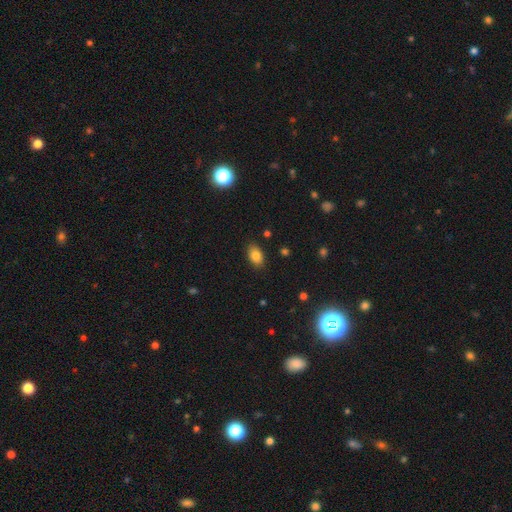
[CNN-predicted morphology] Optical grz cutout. It shows a smooth galaxy with no disk features (83%) that is in between round and cigar-shaped (87%). Merging: none (87%).